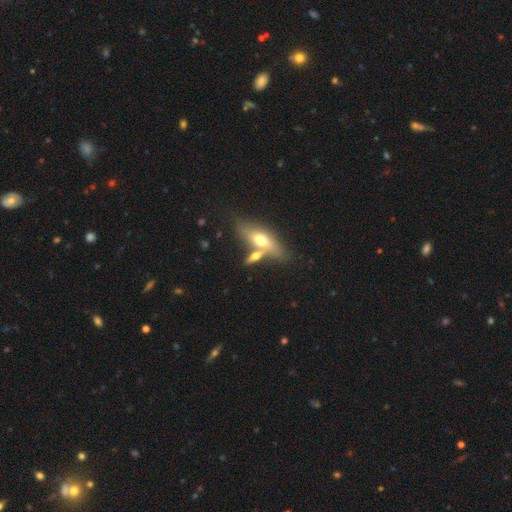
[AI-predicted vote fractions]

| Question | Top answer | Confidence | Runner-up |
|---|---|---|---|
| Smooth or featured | smooth | 58% | featured or disk (34%) |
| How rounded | in between | 60% | cigar-shaped (35%) |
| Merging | merger | 42% | tied: none (42%) |